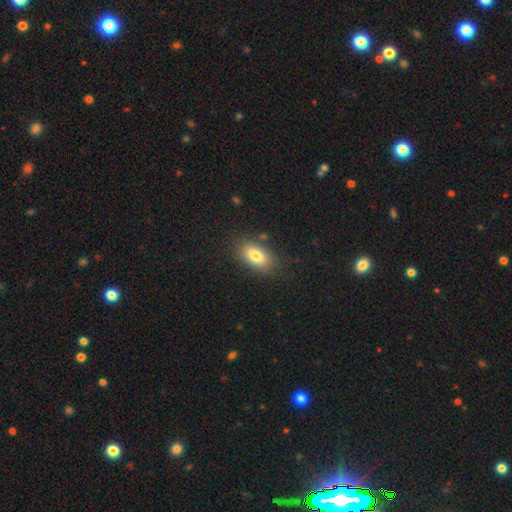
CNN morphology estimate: A smooth galaxy with no disk features (80%) that is in between round and cigar-shaped (90%). Merging: none (83%).